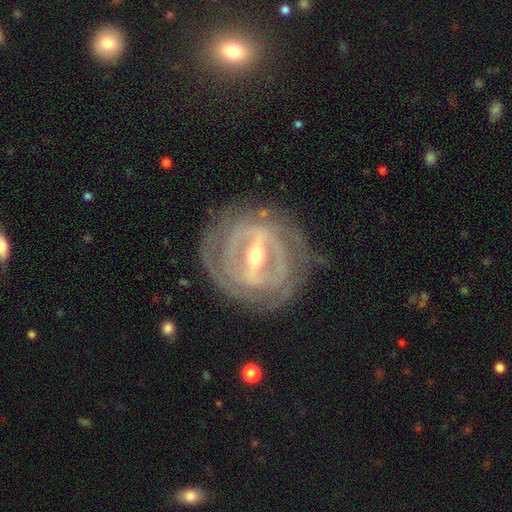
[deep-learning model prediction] Morphology: type=featured or disk (90%); edge-on=no (90%); bar=strong (80%); spiral arms=yes (82%); winding=tight (79%); arm count=can't tell (38%); bulge=moderate (52%); merging=none (80%).